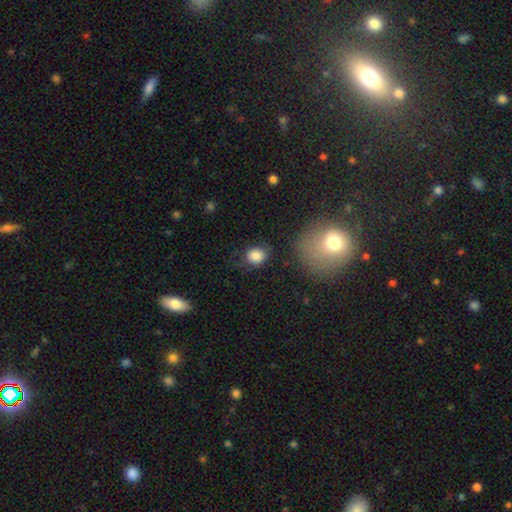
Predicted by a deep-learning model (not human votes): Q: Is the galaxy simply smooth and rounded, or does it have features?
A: smooth — 85%.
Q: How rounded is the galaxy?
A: round — 54%.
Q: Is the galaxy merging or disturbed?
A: none — 71%.